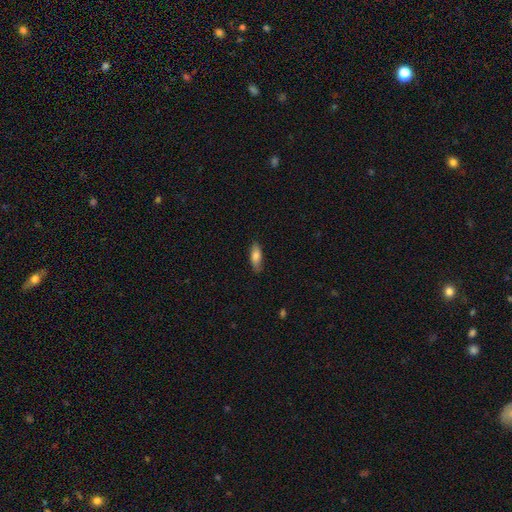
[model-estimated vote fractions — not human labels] The model was most divided on "how rounded": in between: 65%, cigar-shaped: 33%, round: 2%. More confident: merging — none (84%); smooth or featured — smooth (79%).